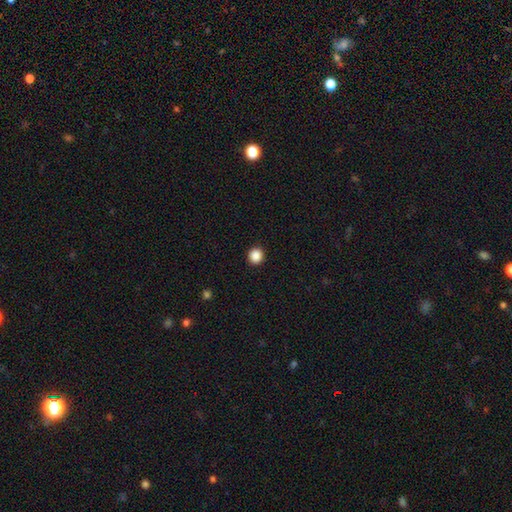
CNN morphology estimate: This appears to be a smooth galaxy with no disk features (88%) that is round (92%). Merging: none (93%).